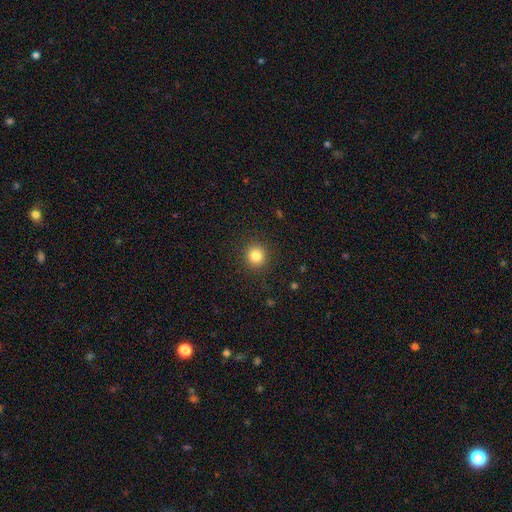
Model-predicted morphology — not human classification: smooth 83%, star or artifact 11%, featured or disk 5%. Down the decision tree: how rounded — round (92%); merging — none (91%).